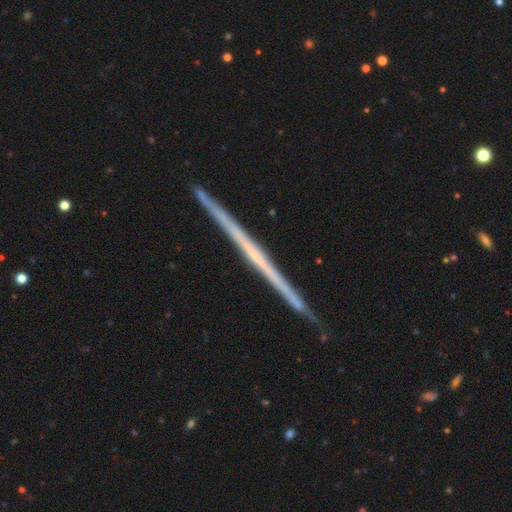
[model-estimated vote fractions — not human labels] featured or disk 76%, smooth 18%, star or artifact 6%. Down the decision tree: edge-on disk — yes (98%); edge-on bulge — none (84%); merging — none (91%).